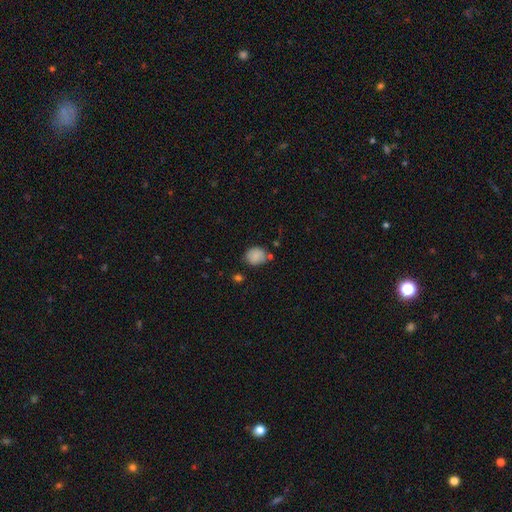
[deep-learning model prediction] Smooth or featured: smooth — 83% (star or artifact — 9%)
How rounded: round — 58% (in between — 41%)
Merging: none — 65% (minor disturbance — 21%)